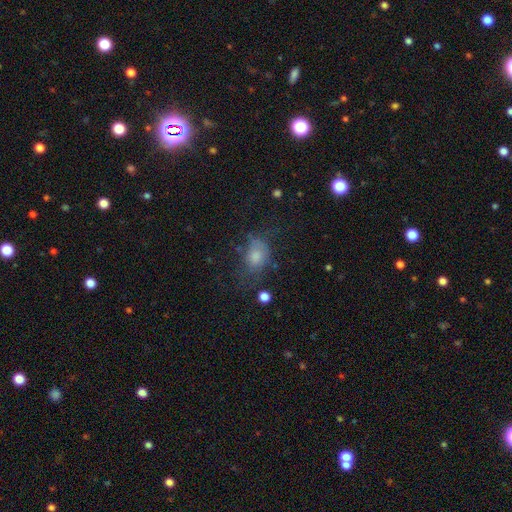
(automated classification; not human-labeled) This is likely a smooth galaxy (63%). How rounded: likely in between (64%). Merging: possibly none (55%).